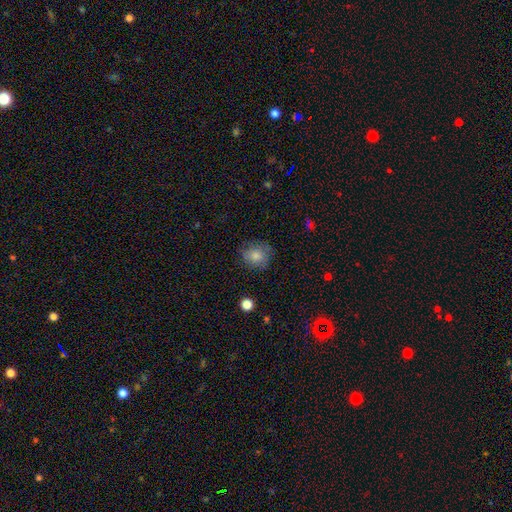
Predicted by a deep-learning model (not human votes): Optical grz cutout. It shows a smooth galaxy with no disk features (67%) that is round (81%). Merging: none (78%).